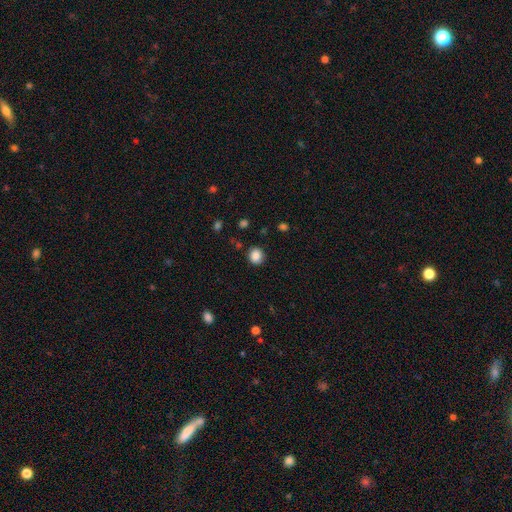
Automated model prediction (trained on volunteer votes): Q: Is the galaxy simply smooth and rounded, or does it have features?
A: smooth — 85%.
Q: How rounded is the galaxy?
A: round — 83%.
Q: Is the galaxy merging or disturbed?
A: none — 89%.